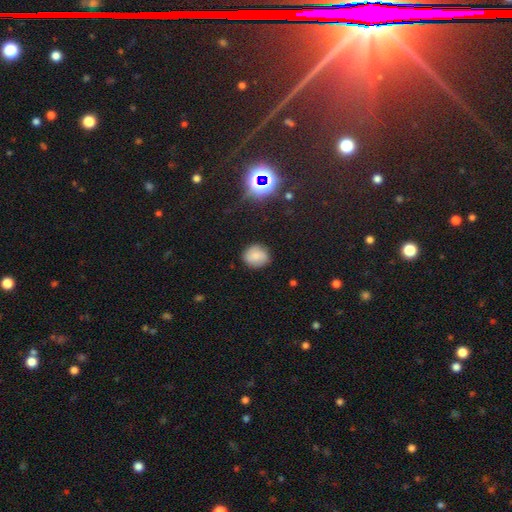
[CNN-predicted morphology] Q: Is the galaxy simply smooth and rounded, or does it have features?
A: smooth — 76%.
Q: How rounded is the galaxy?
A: round — 78%.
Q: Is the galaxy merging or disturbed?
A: none — 83%.